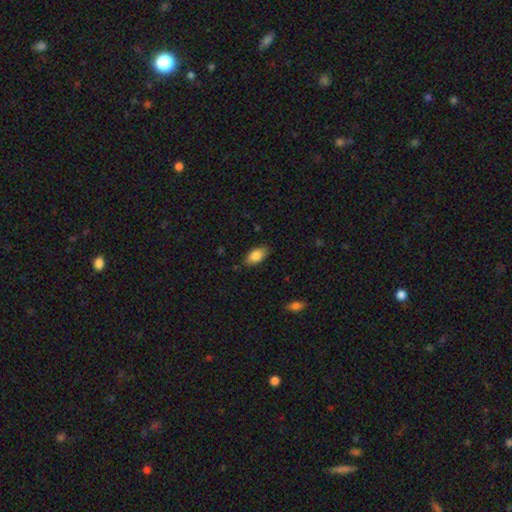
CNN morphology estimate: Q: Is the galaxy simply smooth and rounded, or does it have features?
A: smooth — 83%.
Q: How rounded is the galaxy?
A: in between — 91%.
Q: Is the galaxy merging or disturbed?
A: none — 83%.